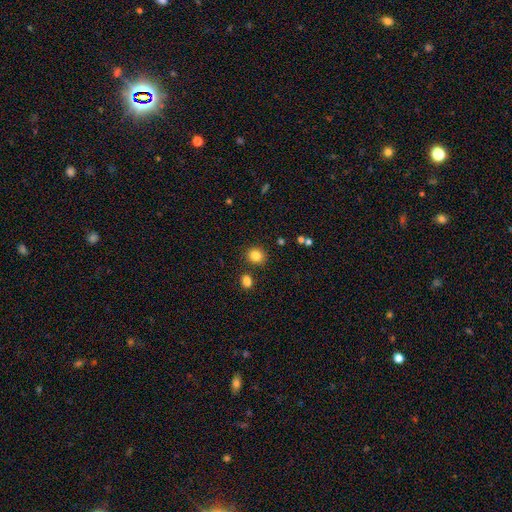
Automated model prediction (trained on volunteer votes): Morphology: type=smooth (84%); roundness=round (78%); merging=none (84%).